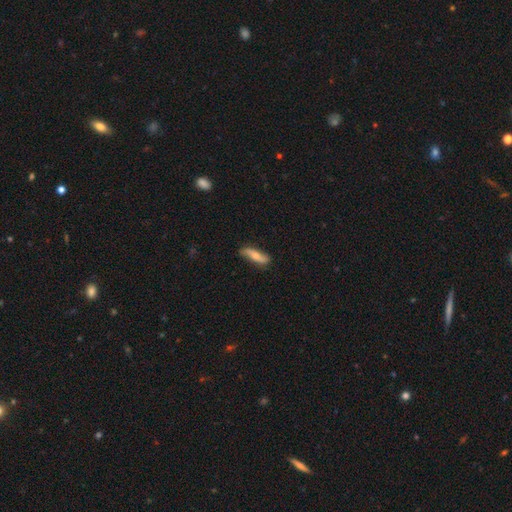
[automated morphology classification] type=featured or disk (51%); edge-on=no (65%); merging=none (78%).